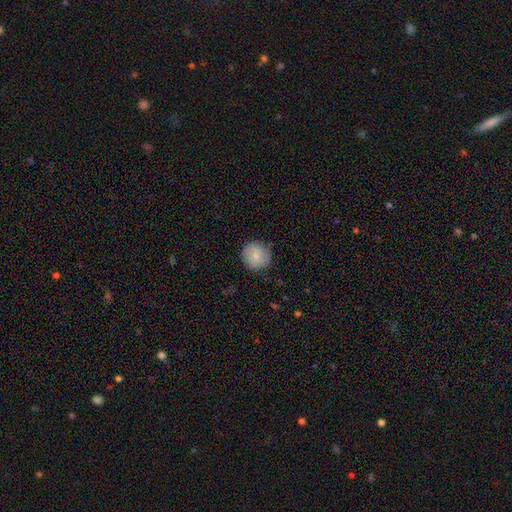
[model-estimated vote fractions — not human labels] This appears to be a smooth galaxy with no disk features (80%) that is round (93%). Merging: none (86%).